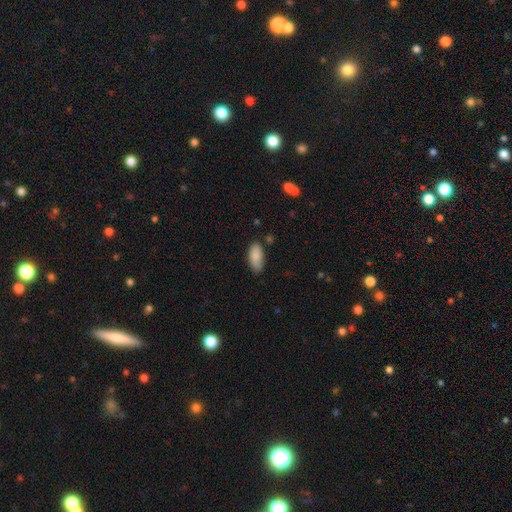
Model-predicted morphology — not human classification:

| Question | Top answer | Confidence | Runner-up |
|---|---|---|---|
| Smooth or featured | smooth | 88% | star or artifact (7%) |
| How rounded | in between | 90% | cigar-shaped (8%) |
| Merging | none | 77% | minor disturbance (18%) |